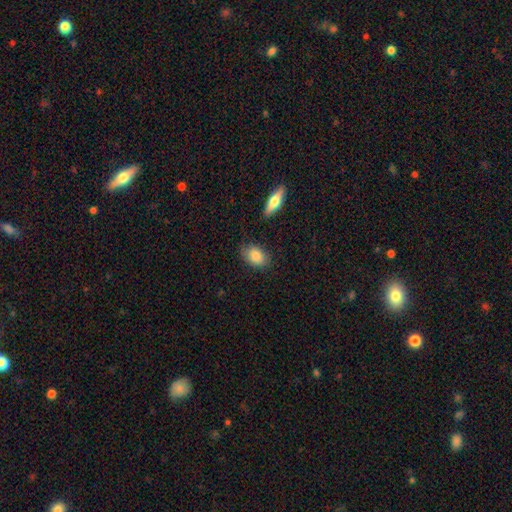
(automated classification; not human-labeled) Smooth or featured: smooth — 85% (featured or disk — 9%)
How rounded: in between — 86% (round — 11%)
Merging: none — 77% (minor disturbance — 17%)